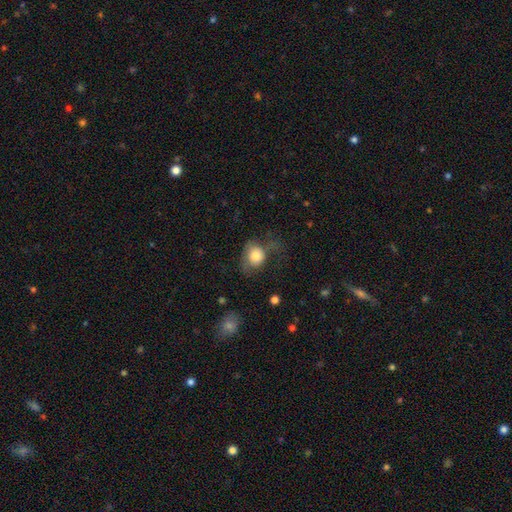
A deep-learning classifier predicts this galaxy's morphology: smooth_or_featured: smooth (p=0.77) [alt: featured or disk p=0.15]
how_rounded: round (p=0.61) [alt: in between p=0.38]
merging: none (p=0.35) [tied with: major disturbance p=0.35]